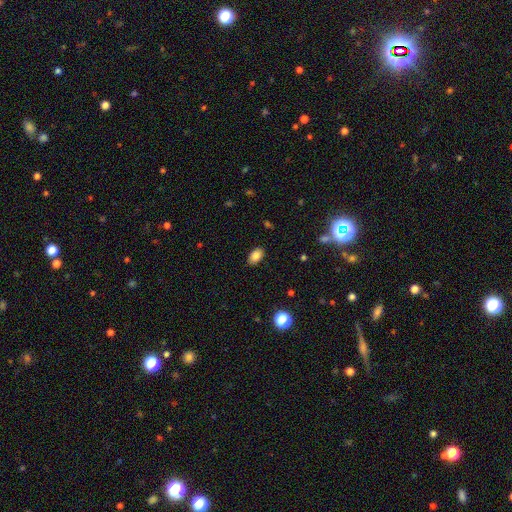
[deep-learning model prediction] Q: Smooth or featured?
A: smooth (84%); runner-up: star or artifact (9%)
Q: How rounded?
A: in between (90%); runner-up: round (8%)
Q: Merging?
A: none (87%); runner-up: minor disturbance (9%)